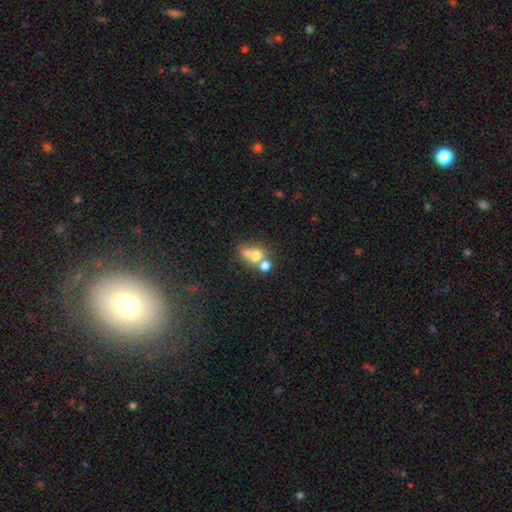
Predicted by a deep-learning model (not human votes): Morphology: type=smooth (63%); roundness=round (65%); merging=merger (58%).